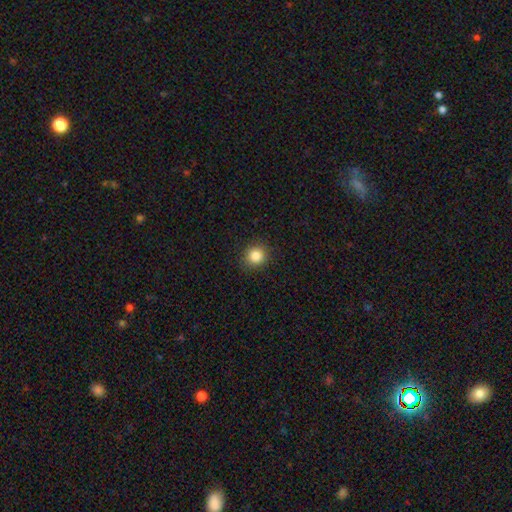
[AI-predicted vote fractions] smooth-or-featured: smooth: 85% | star or artifact: 11% | featured or disk: 4%
  how-rounded: round: 90% | in between: 9% | cigar-shaped: 1%
  merging: none: 91% | minor disturbance: 6% | major disturbance: 2% | merger: 1%